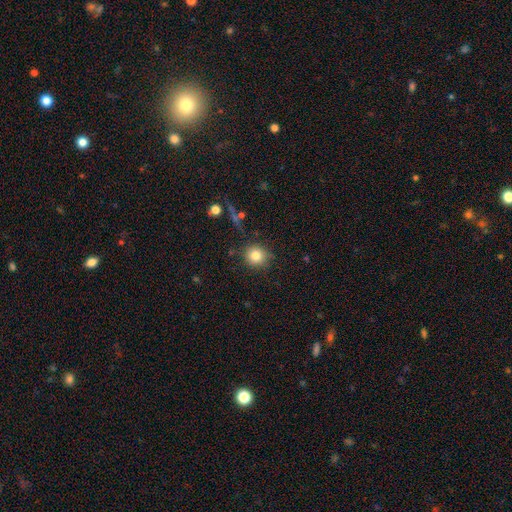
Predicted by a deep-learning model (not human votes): A smooth galaxy with no disk features (81%) that is round (88%).

Vote fractions:
- Smooth or featured? smooth: 81% / star or artifact: 11% / featured or disk: 8%
- How rounded? round: 88% / in between: 11% / cigar-shaped: 1%
- Merging? none: 83% / minor disturbance: 11% / major disturbance: 3% / merger: 3%